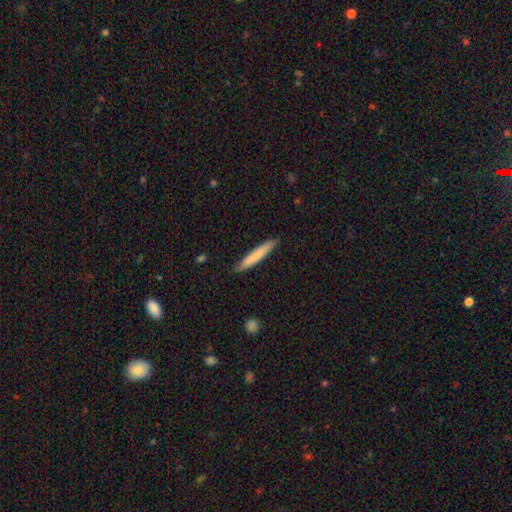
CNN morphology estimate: smooth 79%, featured or disk 16%, star or artifact 5%. Down the decision tree: how rounded — cigar-shaped (94%); merging — none (88%).